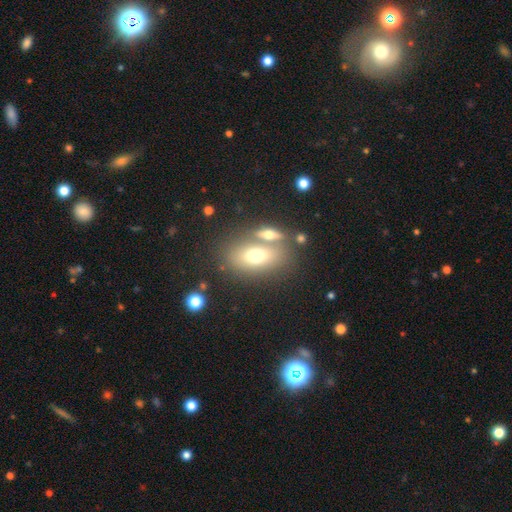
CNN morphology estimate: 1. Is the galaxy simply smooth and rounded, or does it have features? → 65% smooth, 24% featured or disk, 10% star or artifact.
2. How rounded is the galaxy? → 80% in between, 15% round, 6% cigar-shaped.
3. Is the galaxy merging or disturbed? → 53% none, 31% merger, 11% minor disturbance, 5% major disturbance.